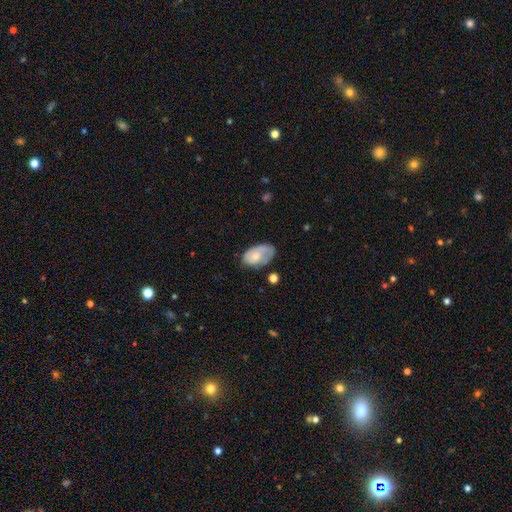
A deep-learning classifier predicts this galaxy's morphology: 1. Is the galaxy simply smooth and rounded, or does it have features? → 58% smooth, 35% featured or disk, 6% star or artifact.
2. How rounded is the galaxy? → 92% in between, 7% round, 1% cigar-shaped.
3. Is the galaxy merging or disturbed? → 45% none, 36% minor disturbance, 17% major disturbance, 3% merger.